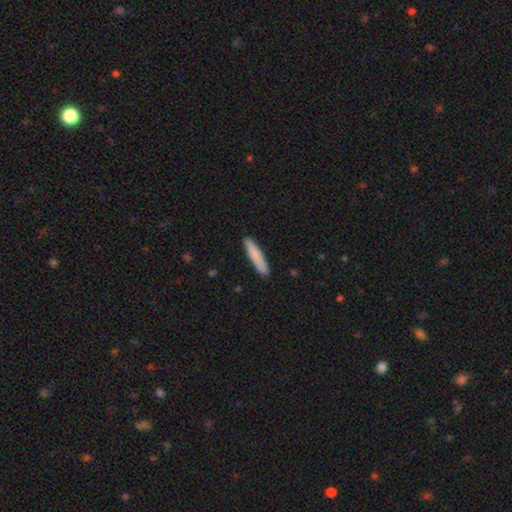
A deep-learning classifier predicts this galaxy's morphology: The model was most divided on "smooth or featured": smooth: 83%, featured or disk: 11%, star or artifact: 5%. More confident: how rounded — cigar-shaped (89%); merging — none (89%).